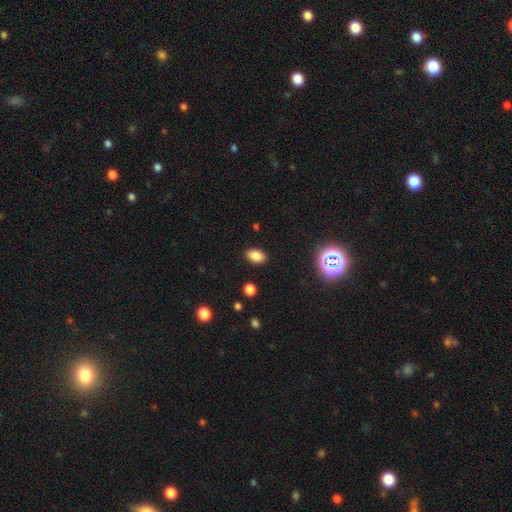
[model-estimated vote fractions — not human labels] Smooth or featured? smooth (83%)
How rounded? in between (89%)
Merging? none (89%)